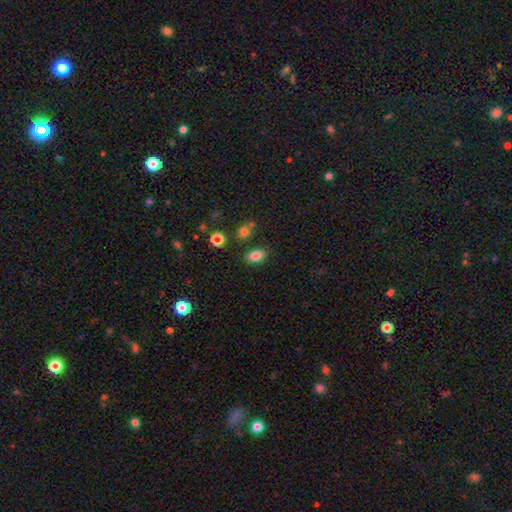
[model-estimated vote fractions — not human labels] Smooth or featured?
  - smooth: 83% *
  - star or artifact: 10%
  - featured or disk: 6%
How rounded?
  - in between: 85% *
  - round: 14%
  - cigar-shaped: 2%
Merging?
  - none: 79% *
  - minor disturbance: 12%
  - merger: 6%
  - major disturbance: 3%